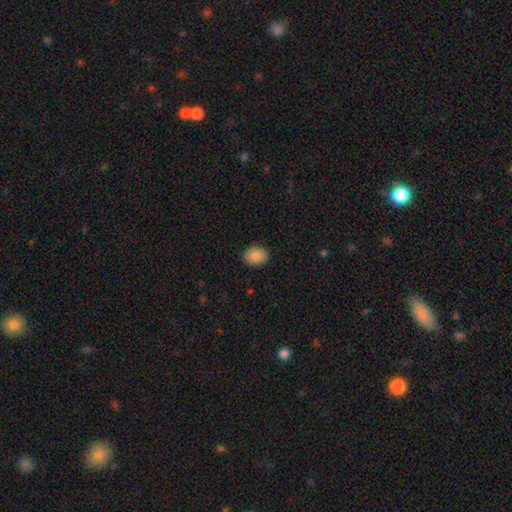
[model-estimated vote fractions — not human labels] smooth 88%, star or artifact 8%, featured or disk 4%. Down the decision tree: how rounded — in between (61%); merging — none (90%).